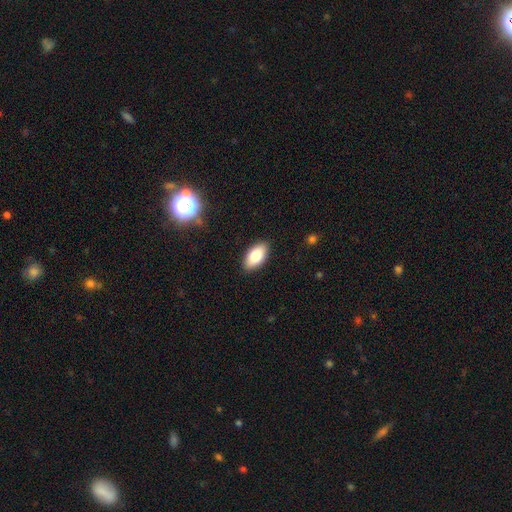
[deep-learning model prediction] Morphology: type=smooth (83%); roundness=in between (94%); merging=none (88%).